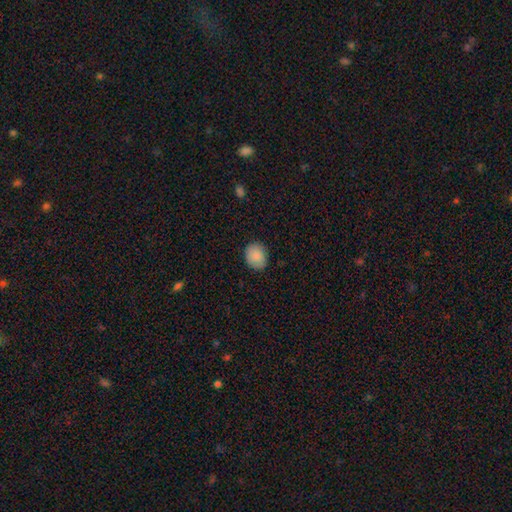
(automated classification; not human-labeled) The model was most divided on "how rounded": round: 57%, in between: 42%, cigar-shaped: 1%. More confident: smooth or featured — smooth (88%); merging — none (85%).